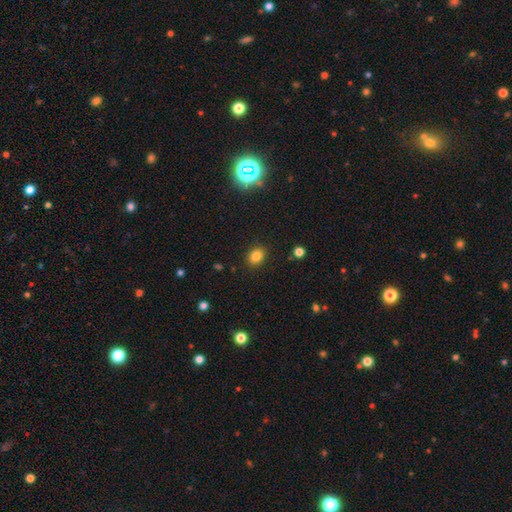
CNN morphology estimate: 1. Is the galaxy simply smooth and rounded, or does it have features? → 83% smooth, 12% star or artifact, 5% featured or disk.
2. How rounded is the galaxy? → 58% round, 41% in between, 1% cigar-shaped.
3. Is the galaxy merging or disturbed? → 89% none, 7% minor disturbance, 2% major disturbance, 1% merger.